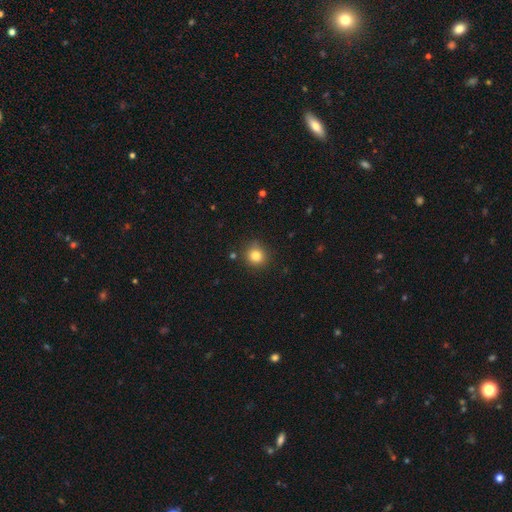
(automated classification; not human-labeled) Morphology: type=smooth (82%); roundness=round (89%); merging=none (86%).